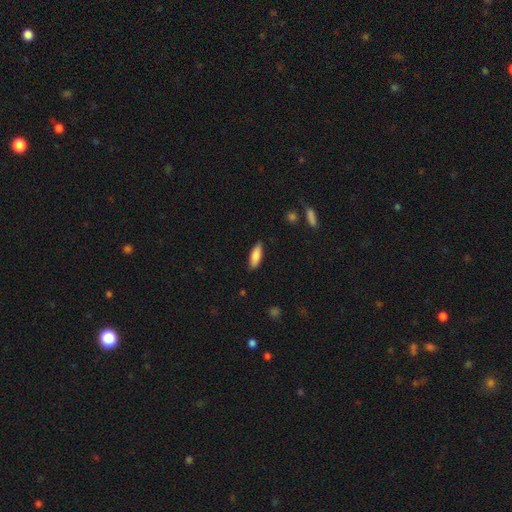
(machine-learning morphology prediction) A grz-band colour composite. It shows a smooth galaxy with no disk features (84%) that is in between round and cigar-shaped (64%). Merging: none (85%).